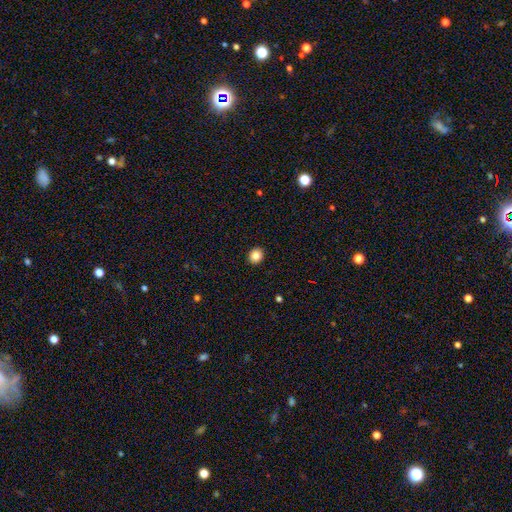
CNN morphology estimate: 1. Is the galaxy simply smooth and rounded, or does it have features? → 84% smooth, 10% star or artifact, 5% featured or disk.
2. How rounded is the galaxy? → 80% round, 19% in between, 1% cigar-shaped.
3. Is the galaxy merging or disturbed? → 93% none, 5% minor disturbance, 2% major disturbance, 1% merger.